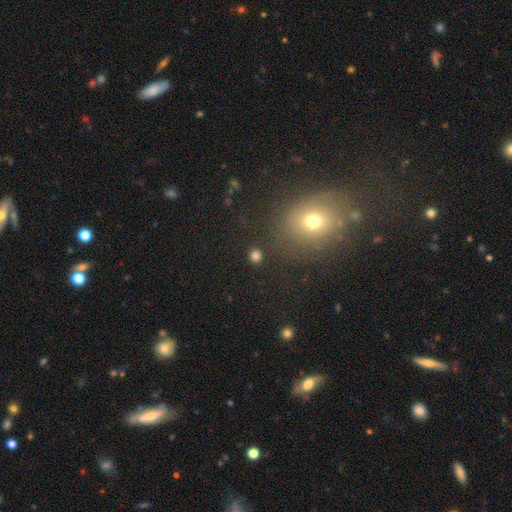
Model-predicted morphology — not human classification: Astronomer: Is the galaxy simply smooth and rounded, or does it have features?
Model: smooth — 79%.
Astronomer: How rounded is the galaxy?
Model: round — 84%.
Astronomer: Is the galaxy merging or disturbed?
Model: none — 86%.